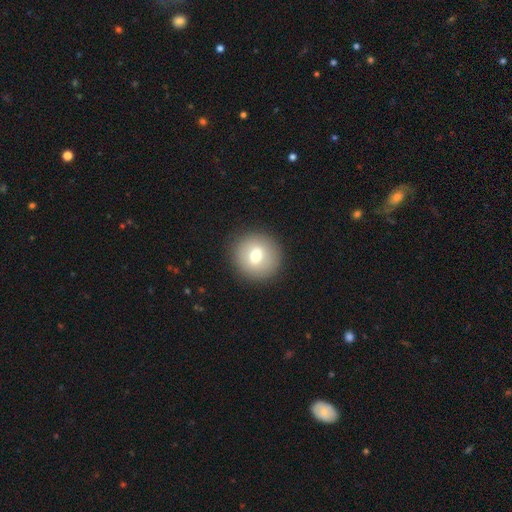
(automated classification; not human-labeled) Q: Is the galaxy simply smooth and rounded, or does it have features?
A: smooth — 67%.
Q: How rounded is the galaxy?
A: round — 92%.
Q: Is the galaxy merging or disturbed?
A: none — 90%.